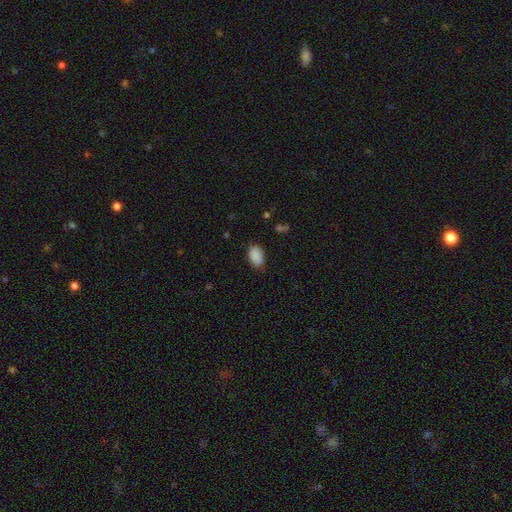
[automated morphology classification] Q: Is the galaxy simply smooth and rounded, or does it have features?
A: smooth — 88%.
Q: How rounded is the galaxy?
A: in between — 88%.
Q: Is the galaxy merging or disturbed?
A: none — 80%.